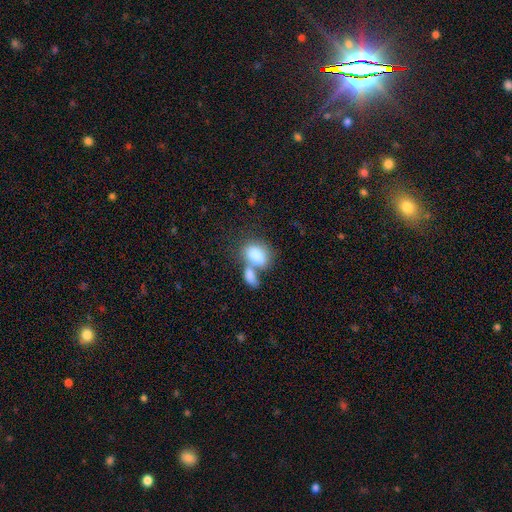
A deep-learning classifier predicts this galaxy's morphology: This is clearly a smooth galaxy (81%). How rounded: clearly in between (85%). Merging: likely merger (61%).